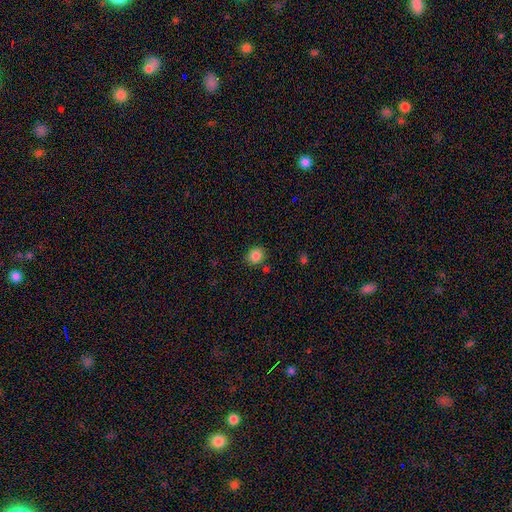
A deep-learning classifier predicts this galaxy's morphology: Smooth or featured? Predicted: smooth (p=0.85). How rounded? Predicted: round (p=0.82). Merging? Predicted: none (p=0.83).